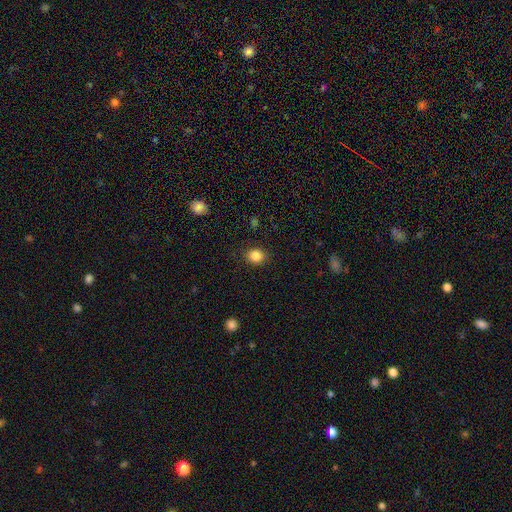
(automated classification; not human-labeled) smooth 84%, star or artifact 11%, featured or disk 5%. Down the decision tree: how rounded — round (72%); merging — none (89%).